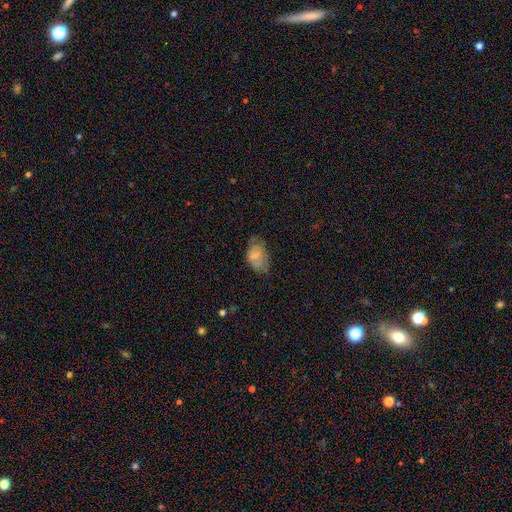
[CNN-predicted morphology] Q: Smooth or featured?
A: smooth (69%); runner-up: featured or disk (21%)
Q: How rounded?
A: in between (90%); runner-up: round (9%)
Q: Merging?
A: none (50%); runner-up: minor disturbance (33%)